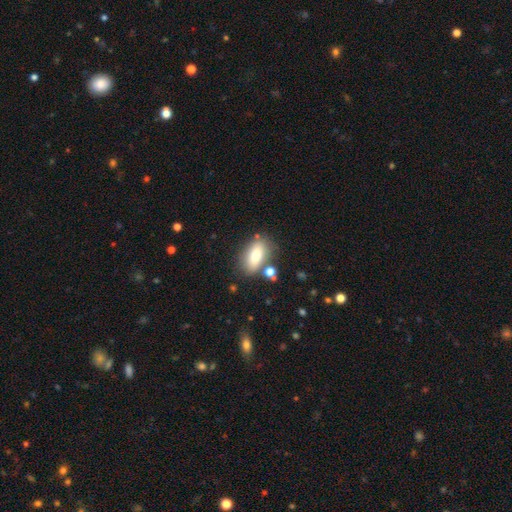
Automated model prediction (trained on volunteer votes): Overall: smooth (80%). How rounded: in between (86%). Merging: none (72%).